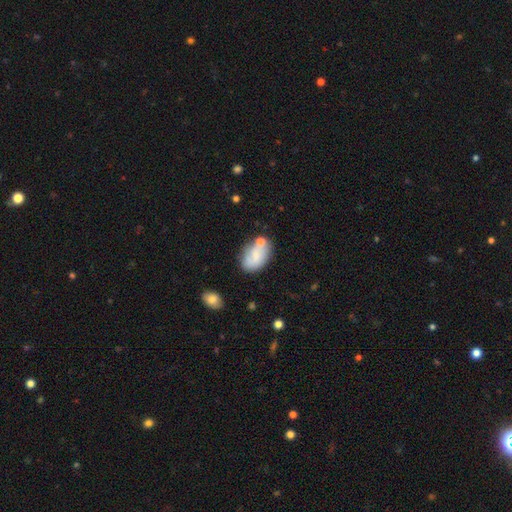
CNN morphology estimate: Smooth or featured: smooth — 66% (featured or disk — 26%)
How rounded: in between — 88% (round — 10%)
Merging: none — 54% (minor disturbance — 22%)